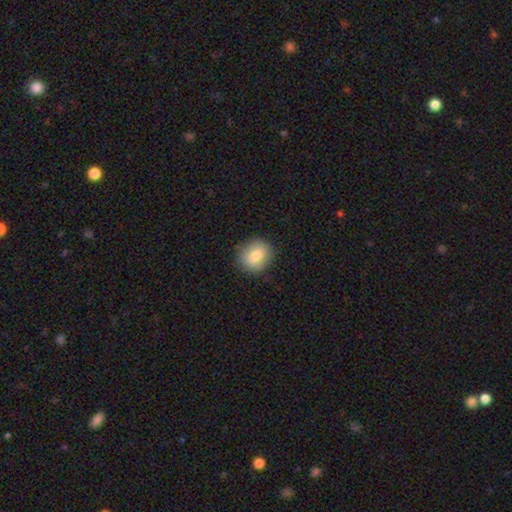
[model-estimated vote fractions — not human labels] The model was most divided on "how rounded": round: 77%, in between: 22%, cigar-shaped: 1%. More confident: merging — none (86%); smooth or featured — smooth (80%).